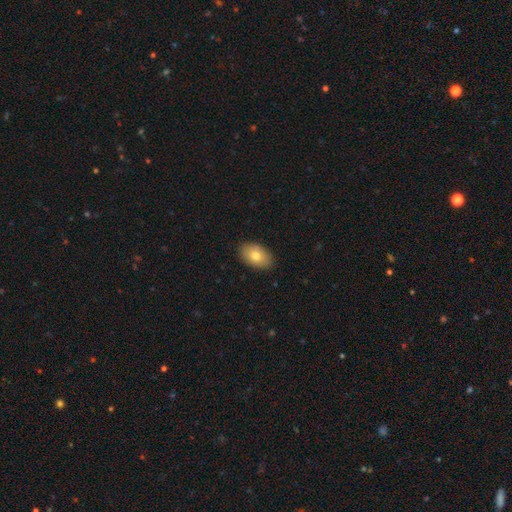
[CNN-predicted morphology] A smooth galaxy with no disk features (78%) that is in between round and cigar-shaped (90%).

Vote fractions:
- Smooth or featured? smooth: 78% / featured or disk: 15% / star or artifact: 7%
- How rounded? in between: 90% / round: 9% / cigar-shaped: 1%
- Merging? none: 87% / minor disturbance: 10% / major disturbance: 2% / merger: 1%